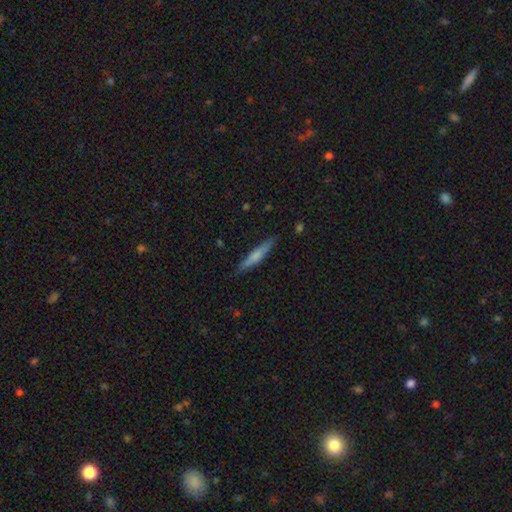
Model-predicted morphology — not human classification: This appears to be a smooth galaxy with no disk features (61%) that is cigar-shaped (91%). Merging: none (85%).